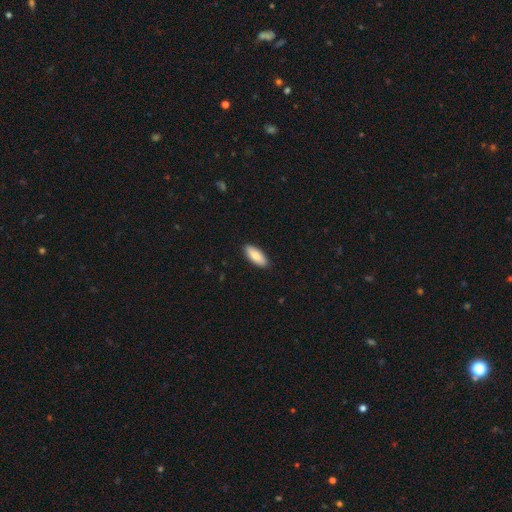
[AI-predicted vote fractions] This is clearly a smooth galaxy (84%). How rounded: clearly in between (81%). Merging: clearly none (90%).